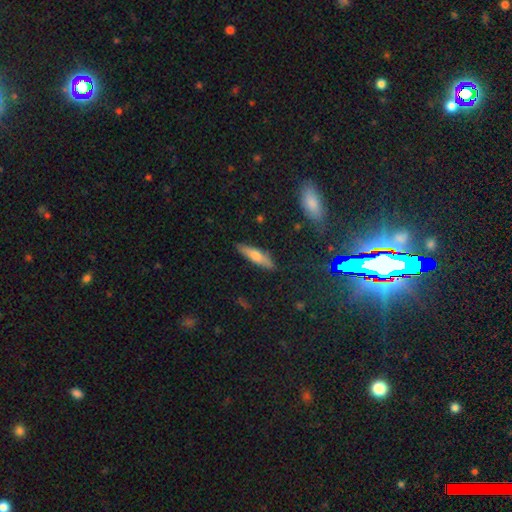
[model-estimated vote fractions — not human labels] This appears to be a smooth galaxy with no disk features (57%) that is cigar-shaped (69%). Merging: none (86%).